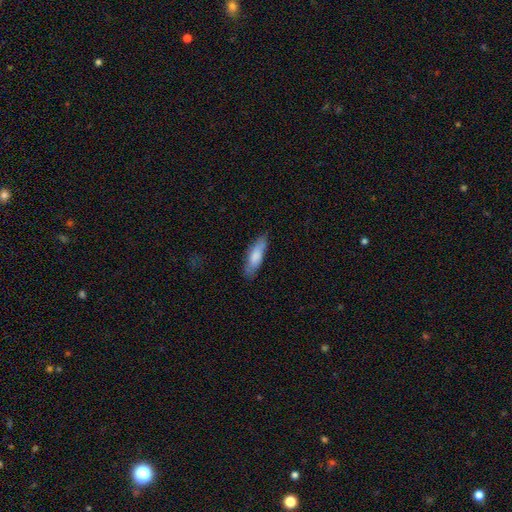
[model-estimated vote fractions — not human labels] smooth-or-featured: smooth: 79% | featured or disk: 15% | star or artifact: 6%
  how-rounded: cigar-shaped: 56% | in between: 42% | round: 2%
  merging: none: 78% | minor disturbance: 17% | major disturbance: 3% | merger: 1%